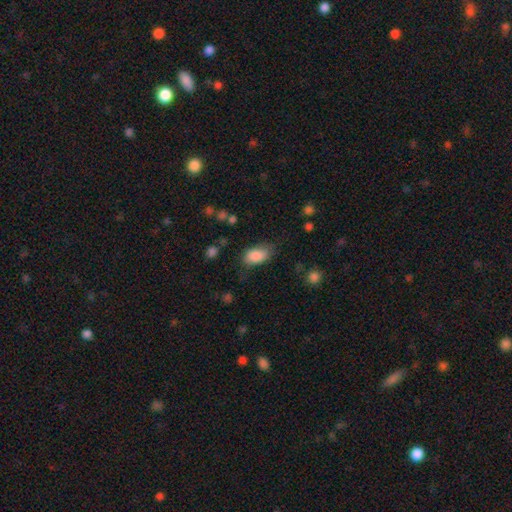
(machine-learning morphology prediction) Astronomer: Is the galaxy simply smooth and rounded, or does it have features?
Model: smooth — 87%.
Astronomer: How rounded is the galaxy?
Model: in between — 92%.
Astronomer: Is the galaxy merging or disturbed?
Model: none — 64%.